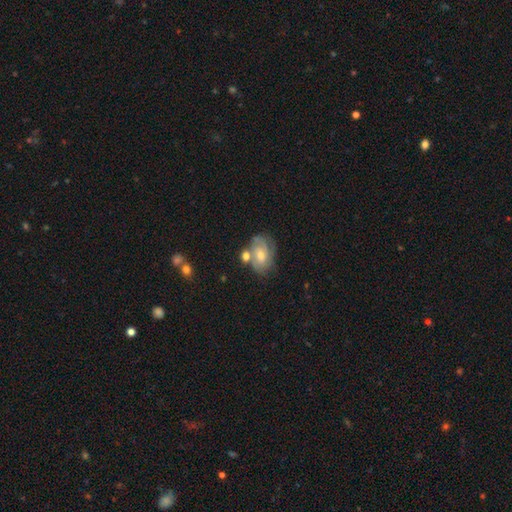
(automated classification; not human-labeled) smooth_or_featured: featured or disk (p=0.52) [alt: smooth p=0.36]
disk_edge_on: no (p=0.95) [alt: yes p=0.05]
merging: none (p=0.57) [alt: minor disturbance p=0.20]